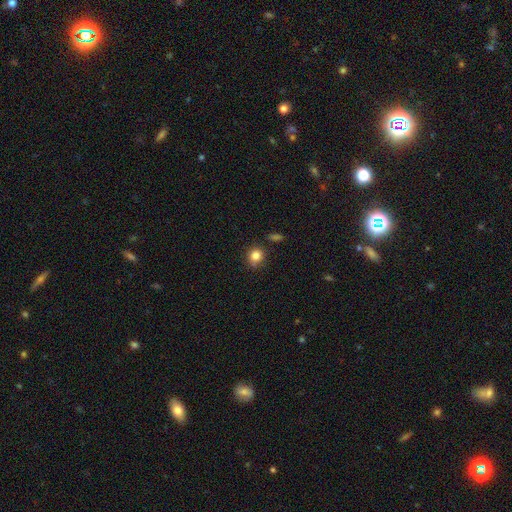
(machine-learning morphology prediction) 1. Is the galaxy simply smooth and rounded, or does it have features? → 83% smooth, 11% star or artifact, 6% featured or disk.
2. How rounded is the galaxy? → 85% round, 14% in between, 1% cigar-shaped.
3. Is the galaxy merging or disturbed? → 77% none, 15% minor disturbance, 5% merger, 4% major disturbance.